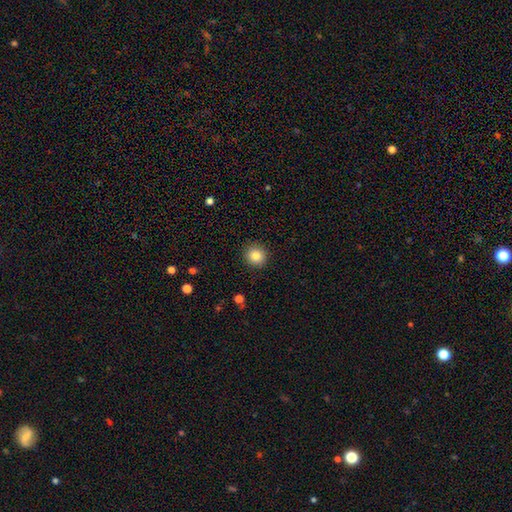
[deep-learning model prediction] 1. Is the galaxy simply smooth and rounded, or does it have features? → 83% smooth, 10% star or artifact, 6% featured or disk.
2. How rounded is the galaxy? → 92% round, 7% in between, 1% cigar-shaped.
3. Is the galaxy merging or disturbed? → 92% none, 6% minor disturbance, 2% major disturbance, 1% merger.